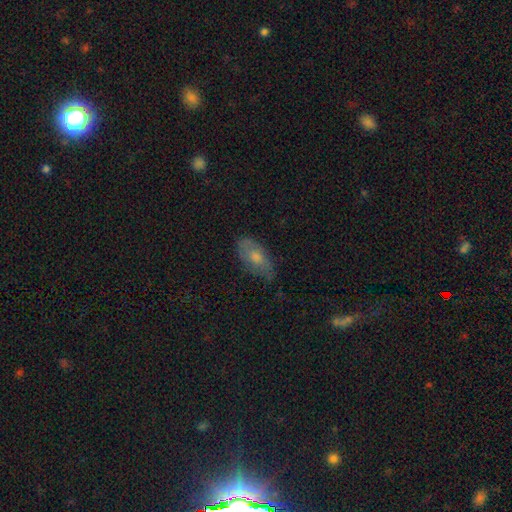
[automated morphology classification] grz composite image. It shows a smooth galaxy with no disk features (54%) that is in between round and cigar-shaped (86%). Merging: none (71%).